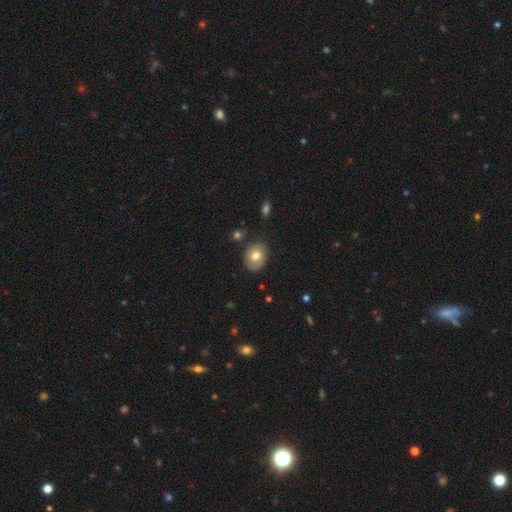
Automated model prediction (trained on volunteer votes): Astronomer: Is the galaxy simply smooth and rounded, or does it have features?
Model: smooth — 72%.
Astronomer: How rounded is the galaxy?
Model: in between — 54% (runner-up: round, 45%).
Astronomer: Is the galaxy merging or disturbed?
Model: none — 76%.